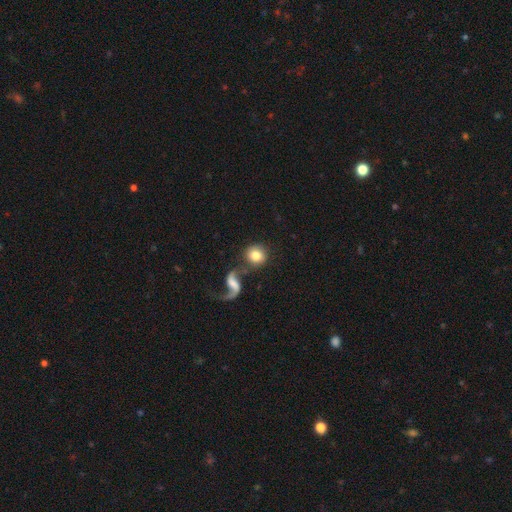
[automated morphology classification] Smooth or featured? smooth (72%)
How rounded? round (86%)
Merging? none (58%)